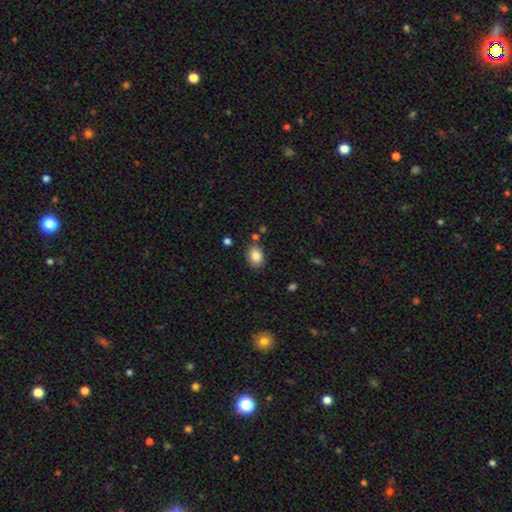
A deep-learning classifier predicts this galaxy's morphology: This appears to be a smooth galaxy with no disk features (85%) that is in between round and cigar-shaped (70%). Merging: none (81%).